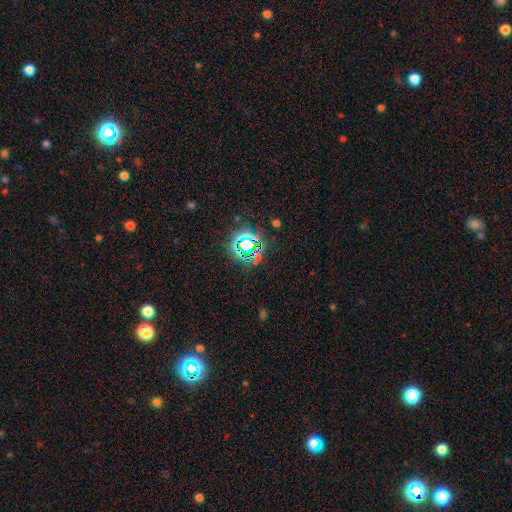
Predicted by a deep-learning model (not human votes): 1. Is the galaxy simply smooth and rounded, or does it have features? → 76% star or artifact, 15% smooth, 8% featured or disk.